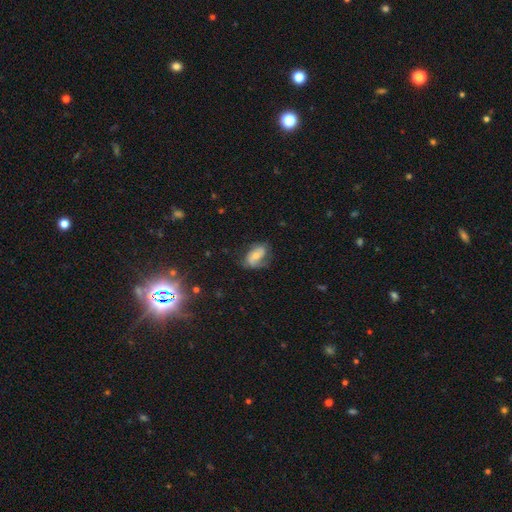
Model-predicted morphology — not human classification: featured or disk 50%, smooth 41%, star or artifact 9%. Down the decision tree: edge-on disk — no (94%); merging — none (59%).